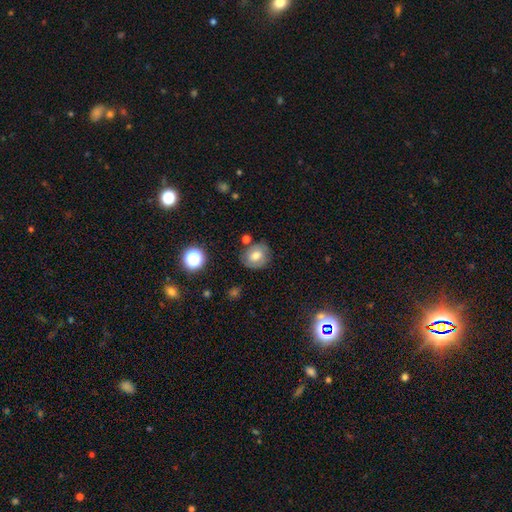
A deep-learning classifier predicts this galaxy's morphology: type=smooth (60%); roundness=round (62%); merging=none (74%).